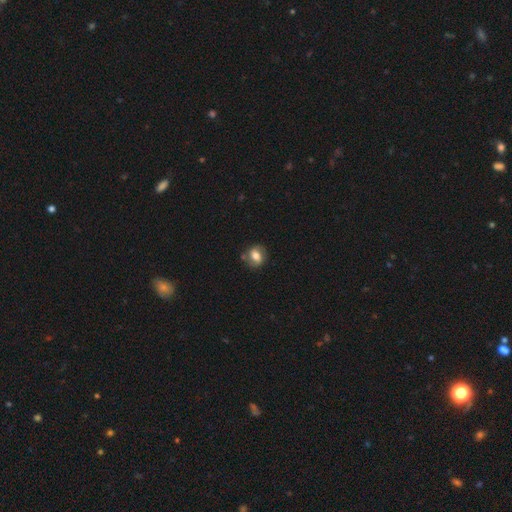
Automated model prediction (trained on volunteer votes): smooth 61%, featured or disk 30%, star or artifact 9%. Down the decision tree: how rounded — in between (51%); merging — none (69%).